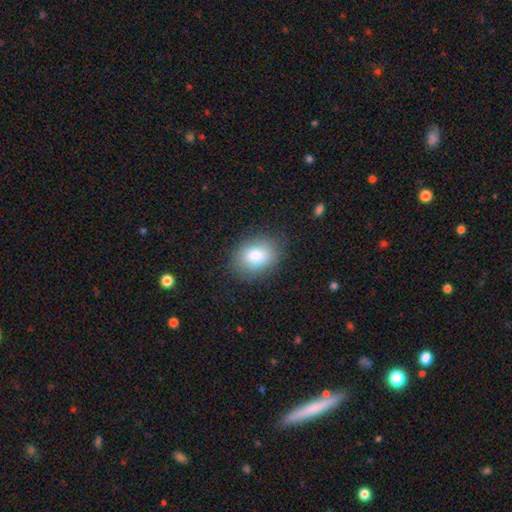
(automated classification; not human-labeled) This appears to be a smooth galaxy with no disk features (81%) that is in between round and cigar-shaped (66%). Merging: none (82%).